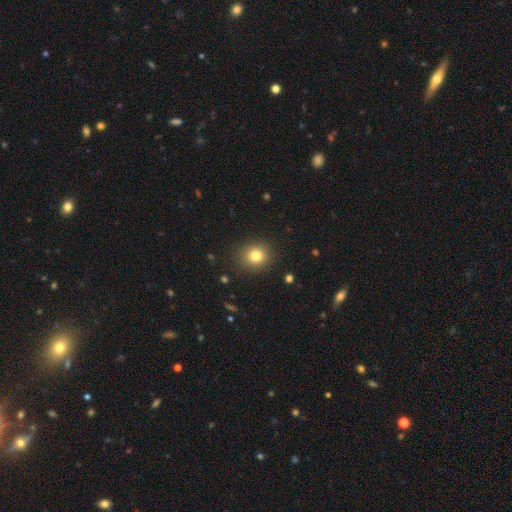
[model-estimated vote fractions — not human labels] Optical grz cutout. It shows a smooth galaxy with no disk features (80%) that is round (80%). Merging: none (88%).